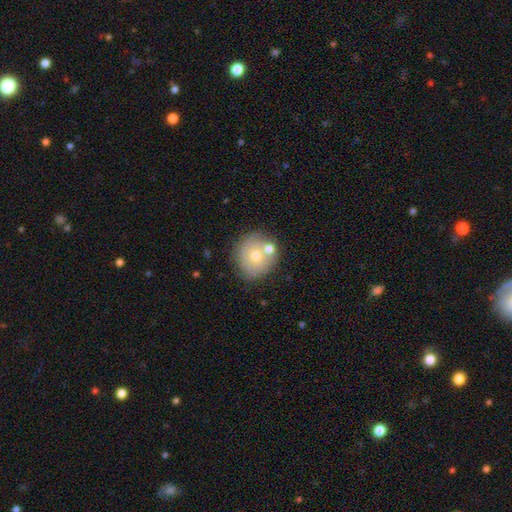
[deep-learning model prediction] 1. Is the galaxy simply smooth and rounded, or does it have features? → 64% smooth, 26% featured or disk, 11% star or artifact.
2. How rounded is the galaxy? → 90% round, 10% in between, 1% cigar-shaped.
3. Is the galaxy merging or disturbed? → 67% none, 18% merger, 12% minor disturbance, 4% major disturbance.